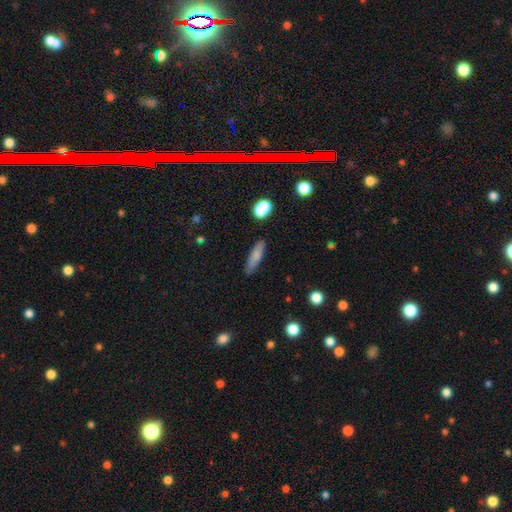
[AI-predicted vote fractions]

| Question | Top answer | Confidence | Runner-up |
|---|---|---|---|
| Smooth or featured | smooth | 76% | featured or disk (16%) |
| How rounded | cigar-shaped | 69% | in between (29%) |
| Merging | none | 82% | minor disturbance (13%) |